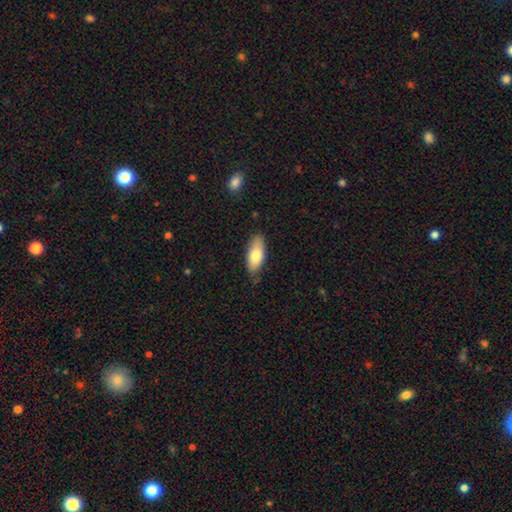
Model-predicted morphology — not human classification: A smooth galaxy with no disk features (76%) that is in between round and cigar-shaped (80%). Merging: none (80%).